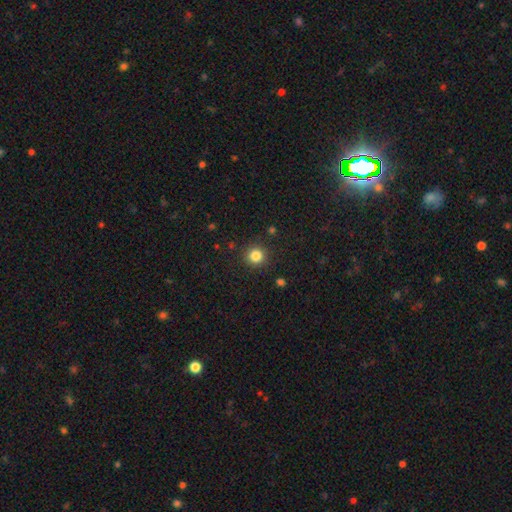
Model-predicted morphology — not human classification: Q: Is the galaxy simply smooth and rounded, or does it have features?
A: smooth — 83%.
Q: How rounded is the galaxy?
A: round — 93%.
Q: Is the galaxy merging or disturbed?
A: none — 90%.